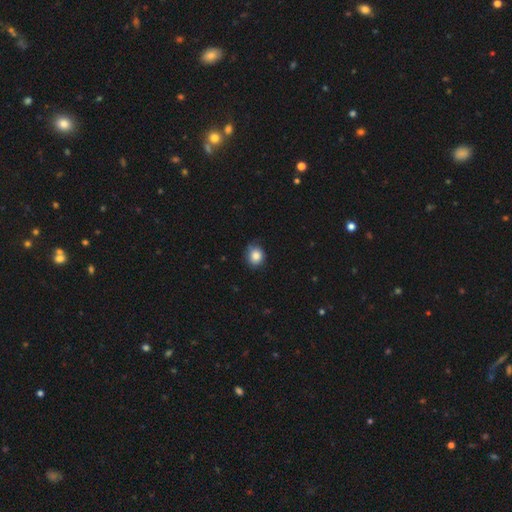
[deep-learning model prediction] A smooth galaxy with no disk features (85%) that is round (73%).

Vote fractions:
- Smooth or featured? smooth: 85% / star or artifact: 9% / featured or disk: 6%
- How rounded? round: 73% / in between: 26% / cigar-shaped: 1%
- Merging? none: 73% / minor disturbance: 22% / major disturbance: 3% / merger: 1%